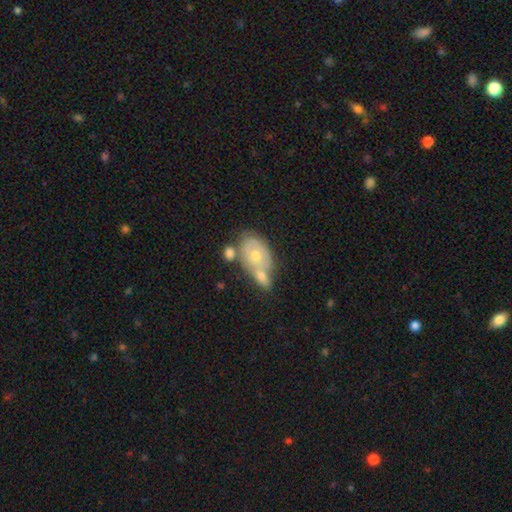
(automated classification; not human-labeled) Smooth or featured? featured or disk (47%)
Merging? merger (51%)